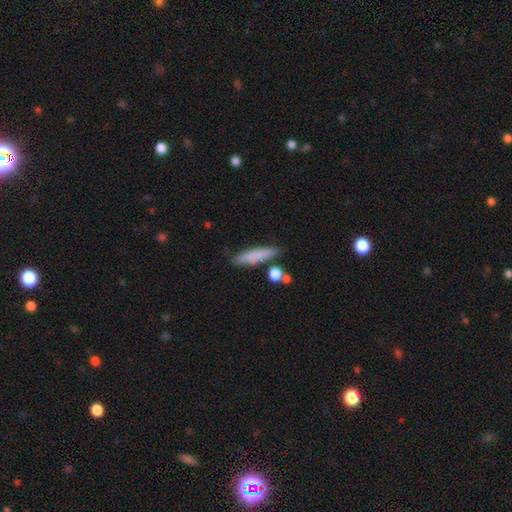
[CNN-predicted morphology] smooth 78%, featured or disk 15%, star or artifact 7%. Down the decision tree: how rounded — cigar-shaped (81%); merging — none (77%).